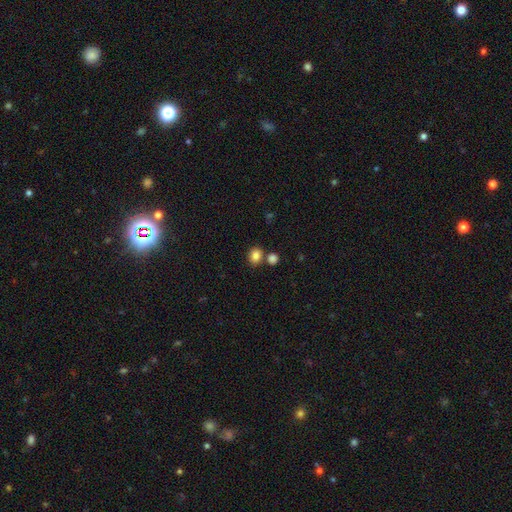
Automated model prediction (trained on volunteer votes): Overall: smooth (84%). How rounded: round (59%; in between 40%). Merging: none (67%).